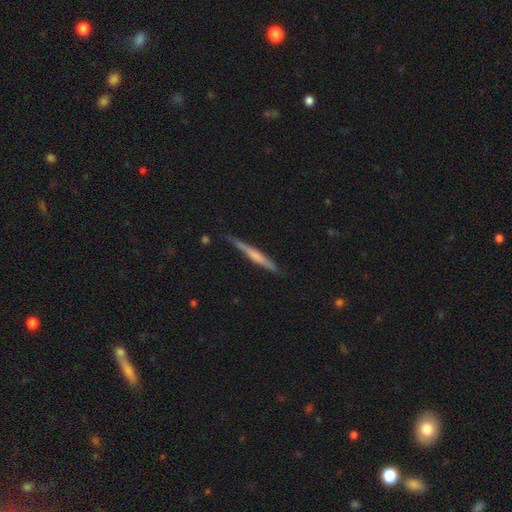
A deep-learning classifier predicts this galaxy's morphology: type=featured or disk (51%); edge-on=yes (97%); merging=none (82%).